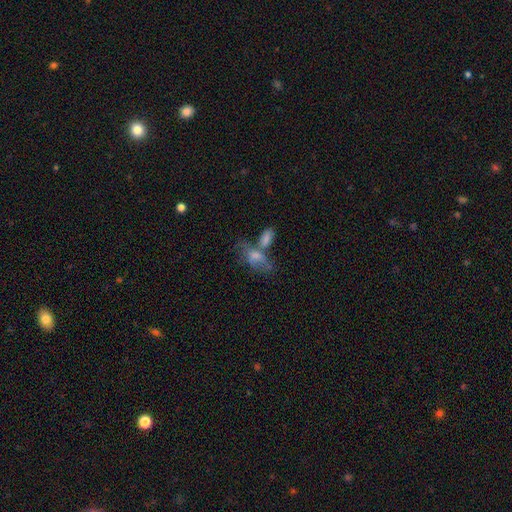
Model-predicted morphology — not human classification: A smooth galaxy with no disk features (50%) that is in between round and cigar-shaped (77%). Merging: merger (38%).